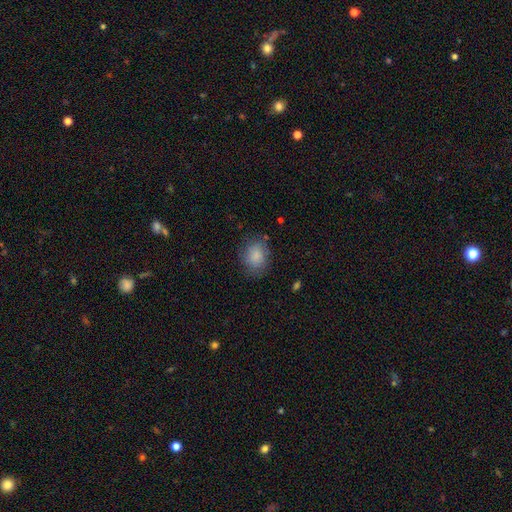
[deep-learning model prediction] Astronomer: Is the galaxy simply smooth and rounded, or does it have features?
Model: smooth — 85%.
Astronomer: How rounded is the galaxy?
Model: round — 51% (runner-up: in between, 48%).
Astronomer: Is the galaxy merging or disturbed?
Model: none — 74%.